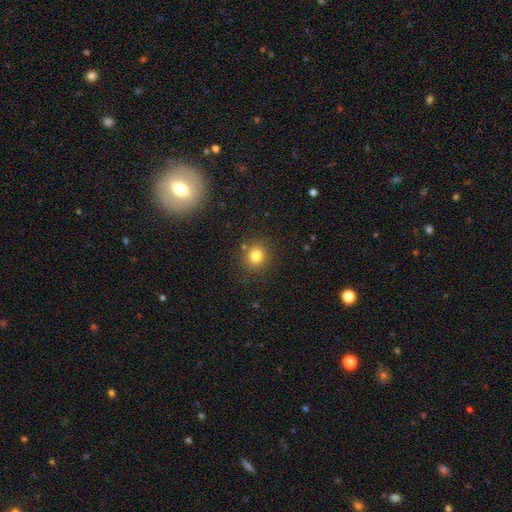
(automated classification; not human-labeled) Q: Smooth or featured?
A: smooth (80%); runner-up: star or artifact (13%)
Q: How rounded?
A: round (86%); runner-up: in between (13%)
Q: Merging?
A: none (85%); runner-up: minor disturbance (8%)